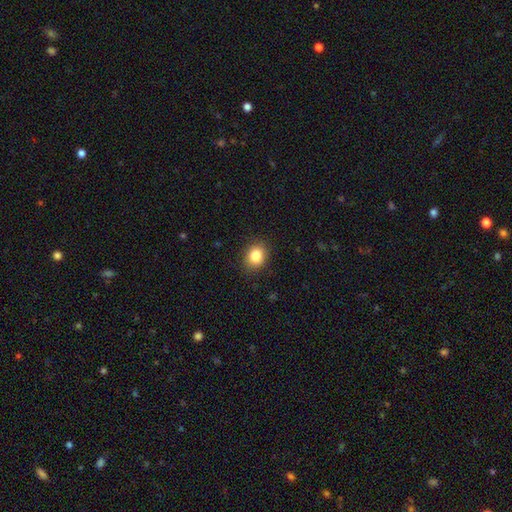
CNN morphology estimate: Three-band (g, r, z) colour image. It shows a smooth galaxy with no disk features (85%) that is round (58%). Merging: none (87%).